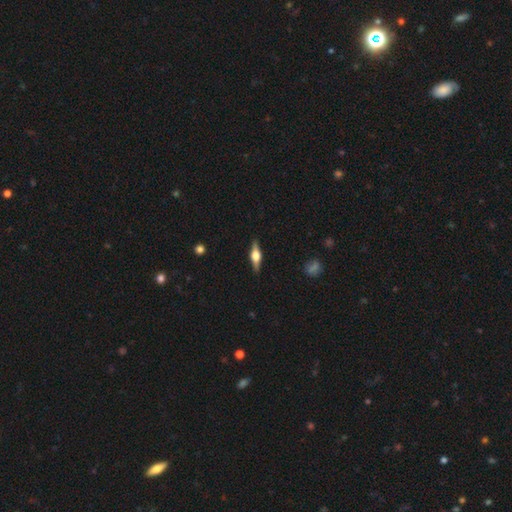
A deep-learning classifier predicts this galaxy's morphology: Smooth or featured?
  - featured or disk: 69% *
  - smooth: 25%
  - star or artifact: 6%
Edge-on disk?
  - yes: 96% *
  - no: 4%
Edge-on bulge?
  - rounded: 92% *
  - boxy: 7%
  - none: 1%
Merging?
  - none: 89% *
  - minor disturbance: 8%
  - major disturbance: 2%
  - merger: 1%